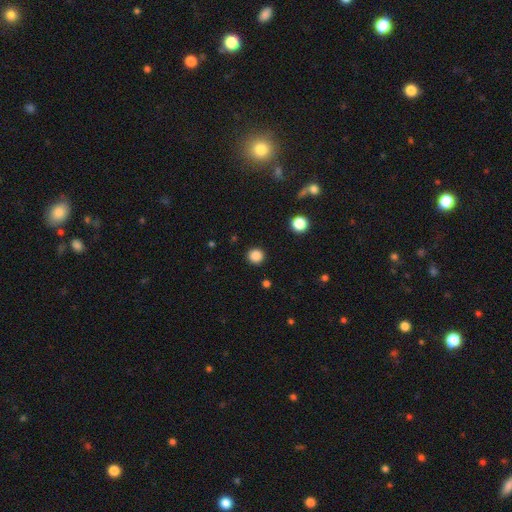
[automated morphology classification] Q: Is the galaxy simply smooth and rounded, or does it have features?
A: smooth — 86%.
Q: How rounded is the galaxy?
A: round — 95%.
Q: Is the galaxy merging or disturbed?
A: none — 91%.